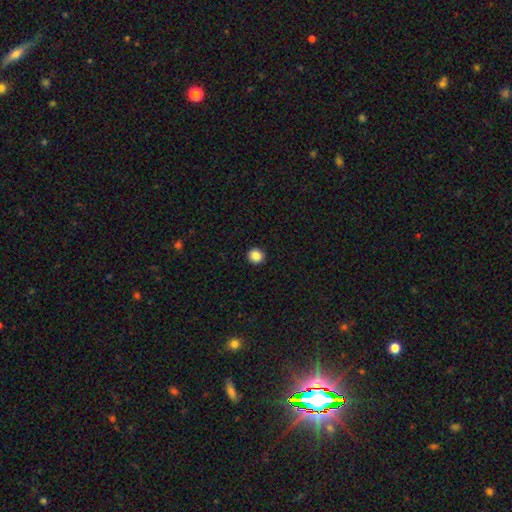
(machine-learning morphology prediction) Smooth or featured? smooth (87%)
How rounded? round (93%)
Merging? none (94%)